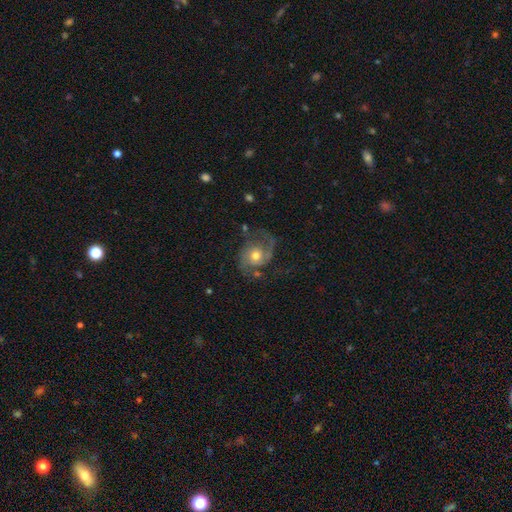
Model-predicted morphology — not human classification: A featured or disk galaxy (77%) with no bar (74%), 2 (79%) medium (48%) spiral arms (92%) and a moderate central bulge (69%).

Vote fractions:
- Smooth or featured? featured or disk: 77% / smooth: 16% / star or artifact: 7%
- Edge-on disk? no: 97% / yes: 3%
- Bar? no: 74% / weak: 22% / strong: 4%
- Spiral arms? yes: 92% / no: 8%
- Spiral winding? medium: 48% / loose: 30% / tight: 22%
- Spiral arm count? 2: 79% / 1: 9% / can't tell: 6% / 3: 3% / 4: 1% / more than 4: 1%
- Bulge size? moderate: 69% / small: 21% / large: 8% / none: 1% / dominant: 1%
- Merging? none: 58% / minor disturbance: 20% / major disturbance: 19% / merger: 3%